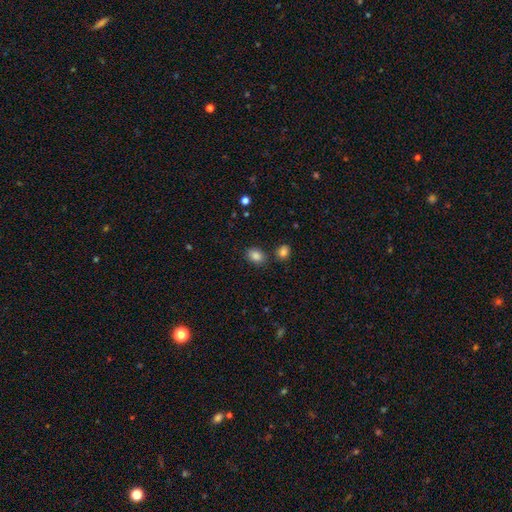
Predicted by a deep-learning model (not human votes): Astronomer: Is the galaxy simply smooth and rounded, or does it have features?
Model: smooth — 86%.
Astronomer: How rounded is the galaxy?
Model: in between — 73%.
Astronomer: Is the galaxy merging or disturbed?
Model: none — 79%.